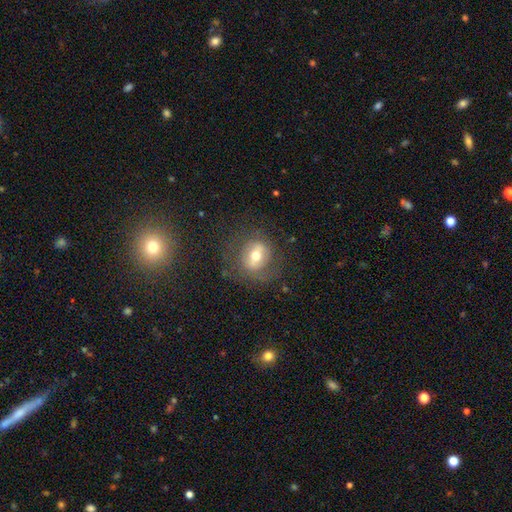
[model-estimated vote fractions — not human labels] A smooth galaxy with no disk features (46%). Merging: none (71%).